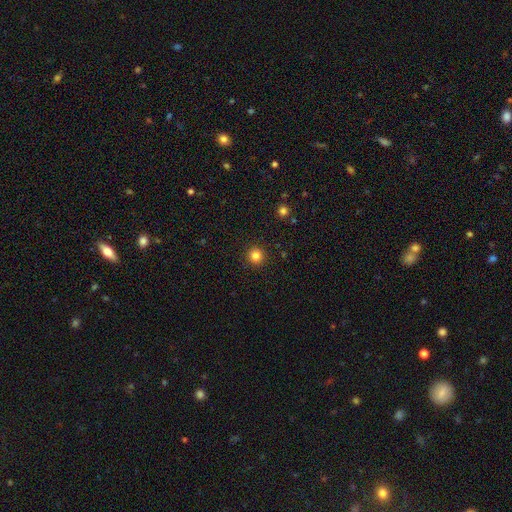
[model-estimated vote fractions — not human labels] This is clearly a smooth galaxy (83%). How rounded: clearly round (95%). Merging: clearly none (92%).